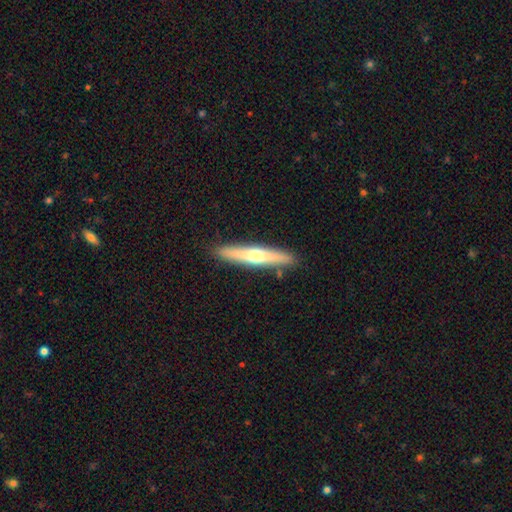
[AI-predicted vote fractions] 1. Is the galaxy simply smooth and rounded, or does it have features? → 49% featured or disk, 46% smooth, 5% star or artifact.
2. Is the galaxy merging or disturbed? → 89% none, 7% minor disturbance, 2% merger, 2% major disturbance.